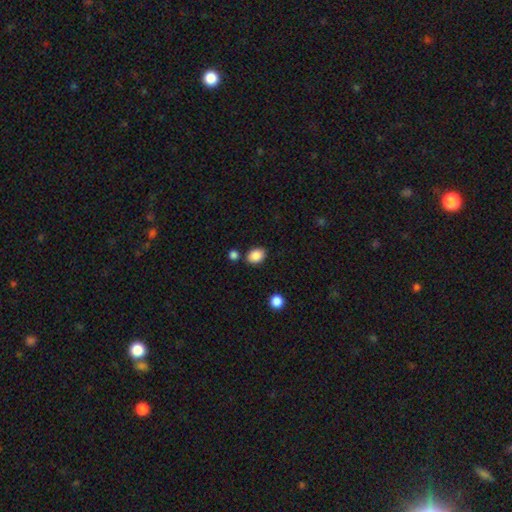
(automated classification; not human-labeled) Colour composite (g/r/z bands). It shows a smooth galaxy with no disk features (88%) that is in between round and cigar-shaped (66%). Merging: none (79%).